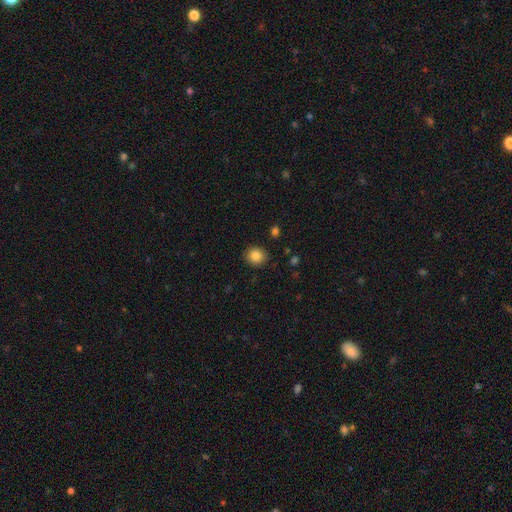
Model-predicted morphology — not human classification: The model was most divided on "how rounded": round: 86%, in between: 13%, cigar-shaped: 1%. More confident: merging — none (90%); smooth or featured — smooth (84%).